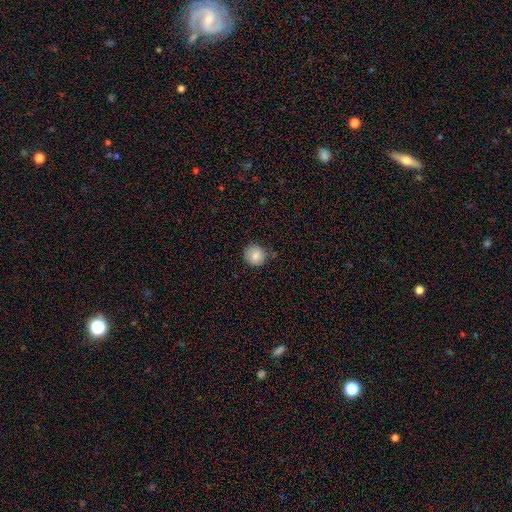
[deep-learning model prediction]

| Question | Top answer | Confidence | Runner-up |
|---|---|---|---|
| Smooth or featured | smooth | 84% | star or artifact (9%) |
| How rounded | round | 91% | in between (8%) |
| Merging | none | 77% | minor disturbance (18%) |